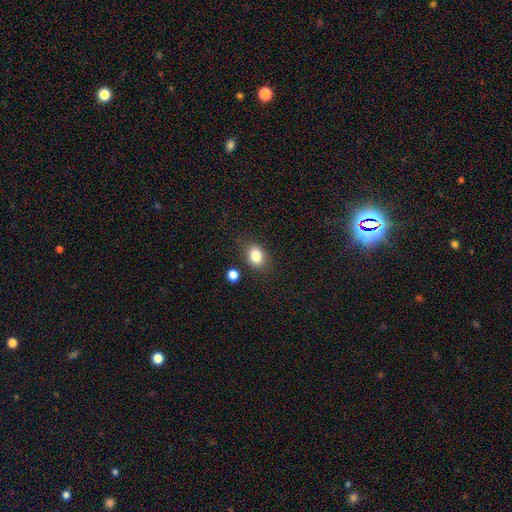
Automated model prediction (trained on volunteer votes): This is clearly a smooth galaxy (83%). How rounded: likely in between (65%). Merging: likely none (80%).